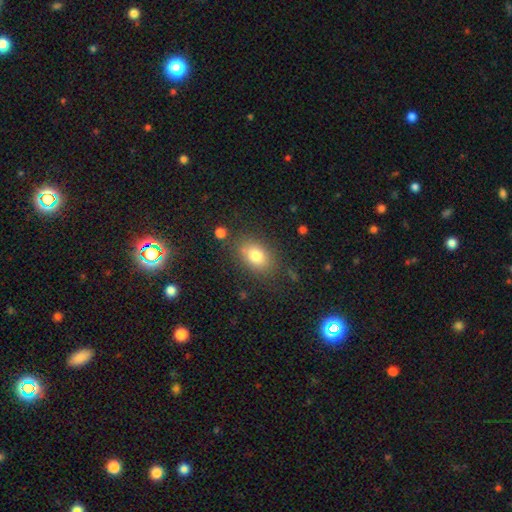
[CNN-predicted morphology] A smooth galaxy with no disk features (80%) that is in between round and cigar-shaped (77%). Merging: none (77%).